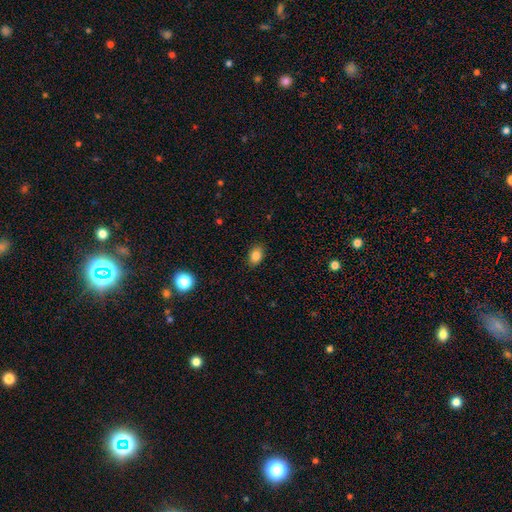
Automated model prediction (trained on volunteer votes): Smooth or featured? Predicted: smooth (p=0.85). How rounded? Predicted: in between (p=0.77). Merging? Predicted: none (p=0.87).